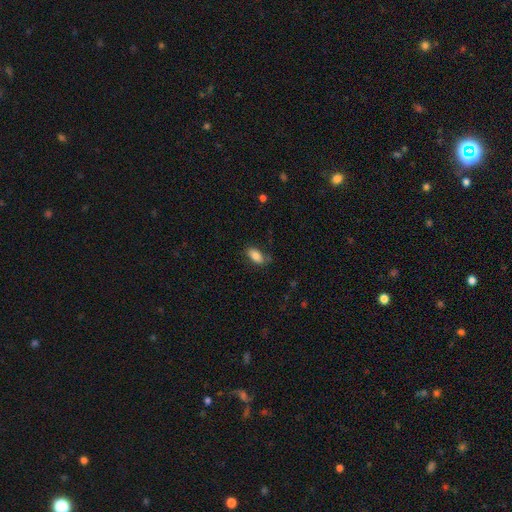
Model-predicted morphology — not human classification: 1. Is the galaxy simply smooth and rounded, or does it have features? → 83% smooth, 10% featured or disk, 8% star or artifact.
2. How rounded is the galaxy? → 90% in between, 7% cigar-shaped, 3% round.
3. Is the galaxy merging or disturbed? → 76% none, 18% minor disturbance, 4% major disturbance, 2% merger.